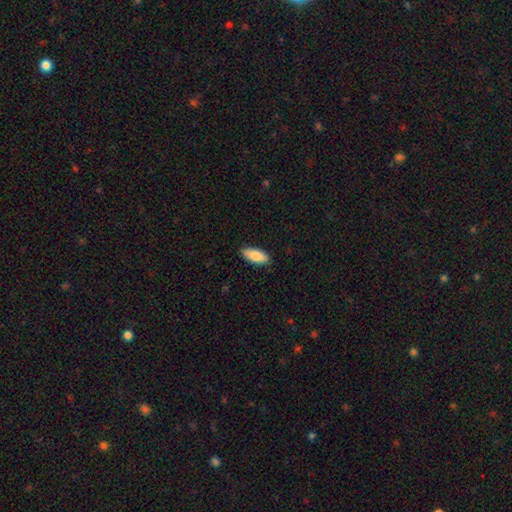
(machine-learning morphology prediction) smooth 85%, featured or disk 9%, star or artifact 6%. Down the decision tree: how rounded — in between (83%); merging — none (88%).